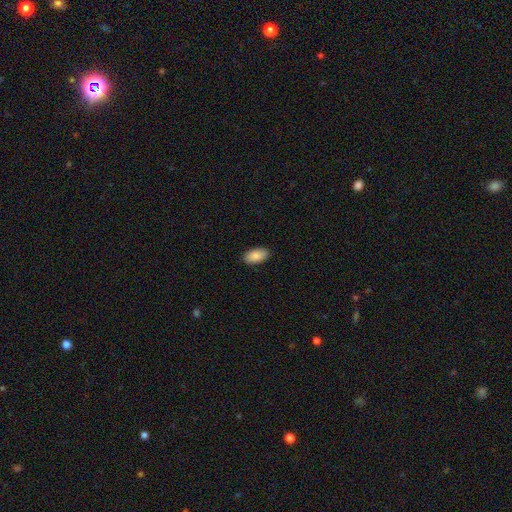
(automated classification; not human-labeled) Smooth or featured: smooth — 87% (star or artifact — 7%)
How rounded: in between — 94% (cigar-shaped — 3%)
Merging: none — 89% (minor disturbance — 8%)